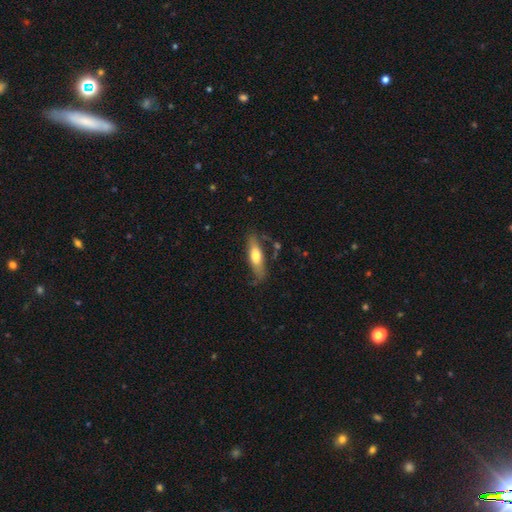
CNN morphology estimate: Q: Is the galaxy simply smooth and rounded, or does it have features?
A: smooth — 59%.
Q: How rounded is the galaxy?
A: cigar-shaped — 54%.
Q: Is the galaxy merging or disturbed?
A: none — 66%.